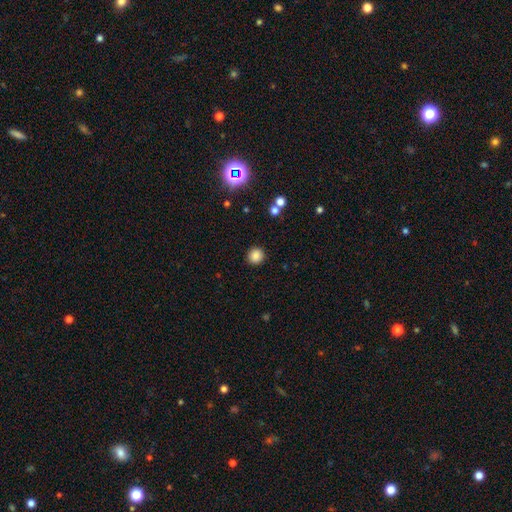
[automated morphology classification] smooth-or-featured: smooth: 85% | star or artifact: 11% | featured or disk: 4%
  how-rounded: round: 93% | in between: 6% | cigar-shaped: 1%
  merging: none: 91% | minor disturbance: 5% | major disturbance: 2% | merger: 2%